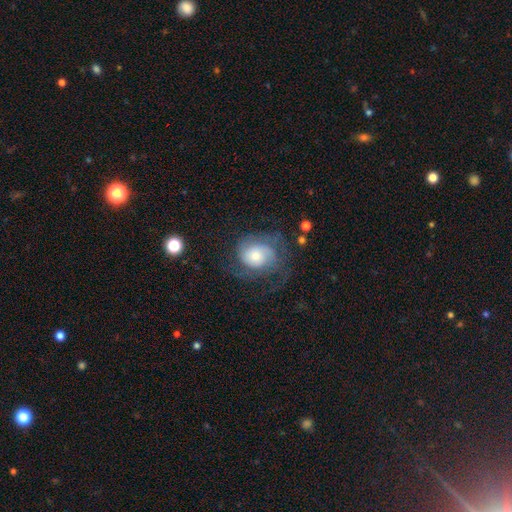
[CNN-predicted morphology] Smooth or featured?
  - featured or disk: 62% *
  - smooth: 30%
  - star or artifact: 8%
Edge-on disk?
  - no: 97% *
  - yes: 3%
Bar?
  - no: 77% *
  - weak: 19%
  - strong: 3%
Spiral arms?
  - yes: 86% *
  - no: 14%
Spiral winding?
  - medium: 41% *
  - tight: 38%
  - loose: 21%
Spiral arm count?
  - 2: 40% *
  - can't tell: 28%
  - 3: 14%
  - 1: 9%
  - 4: 5%
  - more than 4: 4%
Bulge size?
  - moderate: 48% *
  - small: 29%
  - large: 18%
  - dominant: 3%
  - none: 2%
Merging?
  - none: 54% *
  - major disturbance: 24%
  - minor disturbance: 20%
  - merger: 2%